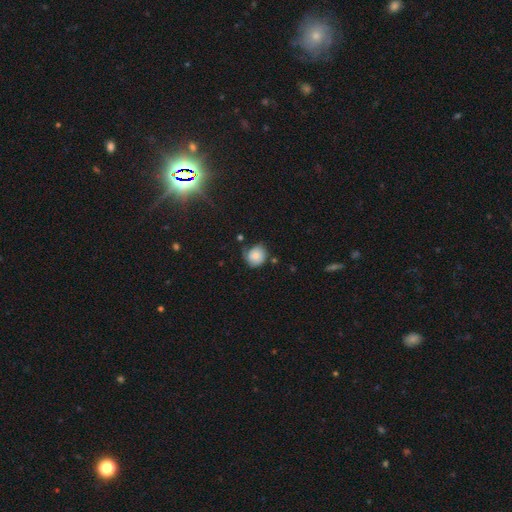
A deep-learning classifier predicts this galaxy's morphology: Smooth or featured? Predicted: smooth (p=0.62). How rounded? Predicted: round (p=0.81). Merging? Predicted: none (p=0.58).